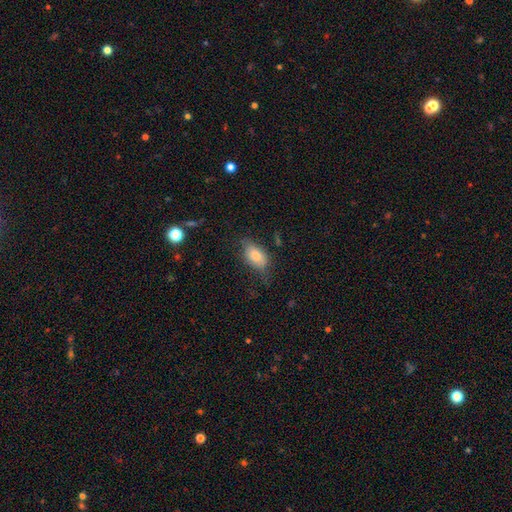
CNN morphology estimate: smooth-or-featured: smooth: 78% | featured or disk: 13% | star or artifact: 8%
  how-rounded: in between: 90% | round: 7% | cigar-shaped: 4%
  merging: none: 58% | minor disturbance: 28% | major disturbance: 12% | merger: 2%